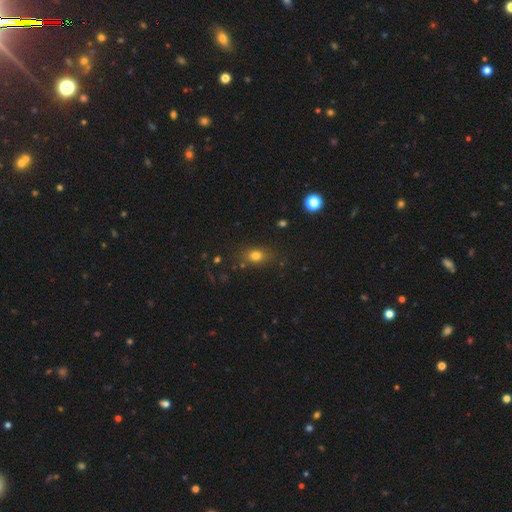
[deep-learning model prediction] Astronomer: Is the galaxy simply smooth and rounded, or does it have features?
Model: smooth — 76%.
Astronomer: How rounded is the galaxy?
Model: in between — 63%.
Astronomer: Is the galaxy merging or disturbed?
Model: none — 78%.